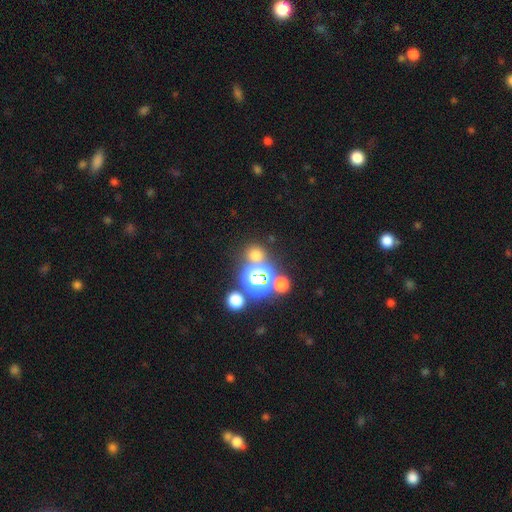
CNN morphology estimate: smooth-or-featured: smooth: 57% | star or artifact: 36% | featured or disk: 7%
  how-rounded: round: 86% | in between: 13% | cigar-shaped: 1%
  merging: none: 69% | merger: 18% | minor disturbance: 8% | major disturbance: 5%